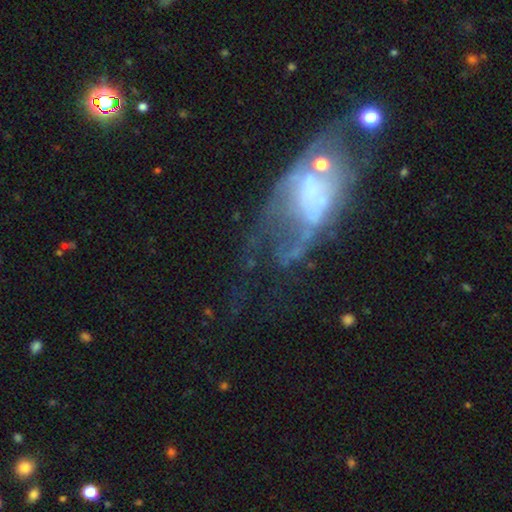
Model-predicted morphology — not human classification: smooth-or-featured: featured or disk: 63% | smooth: 21% | star or artifact: 16%
  disk-edge-on: no: 87% | yes: 13%
    bar: no: 70% | weak: 21% | strong: 9%
    has-spiral-arms: no: 59% | yes: 41%
    bulge-size: none: 41% | small: 26% | moderate: 21% | large: 9% | dominant: 3%
  merging: major disturbance: 38% | none: 34% | minor disturbance: 19% | merger: 9%